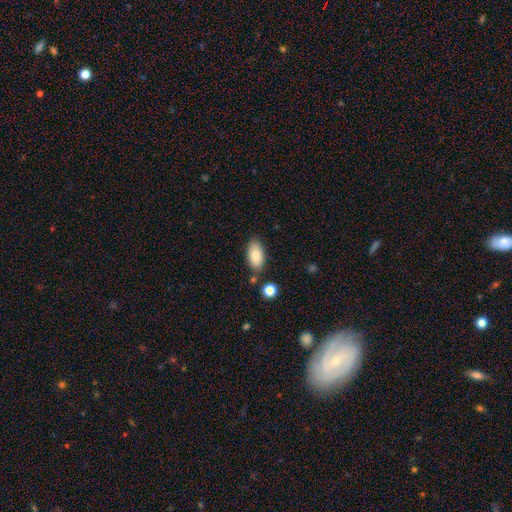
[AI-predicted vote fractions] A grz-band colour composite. It shows a smooth galaxy with no disk features (81%) that is in between round and cigar-shaped (93%). Merging: none (79%).